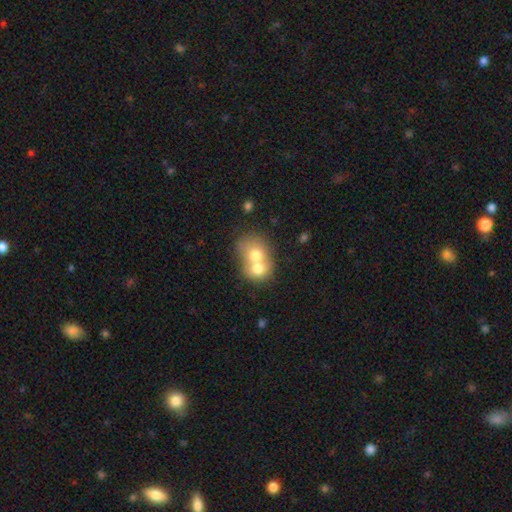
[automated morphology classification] A smooth galaxy with no disk features (66%) that is round (58%). Merging: merger (76%).